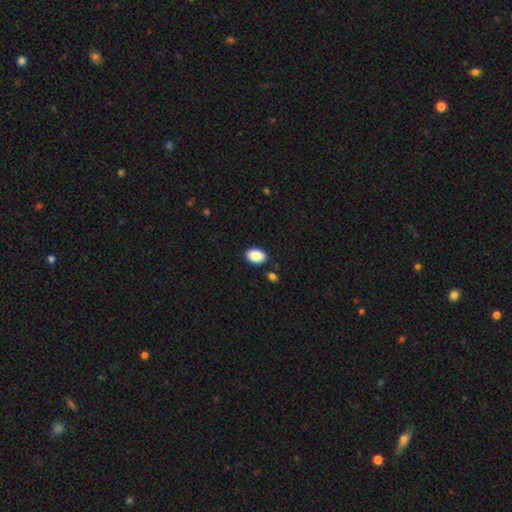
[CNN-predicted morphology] Smooth or featured: smooth — 90% (star or artifact — 7%)
How rounded: in between — 85% (round — 14%)
Merging: none — 88% (minor disturbance — 8%)